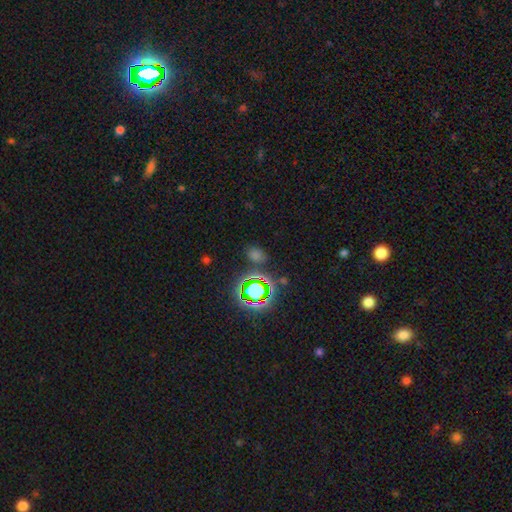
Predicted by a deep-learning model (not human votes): Morphology: type=star or artifact (51%).